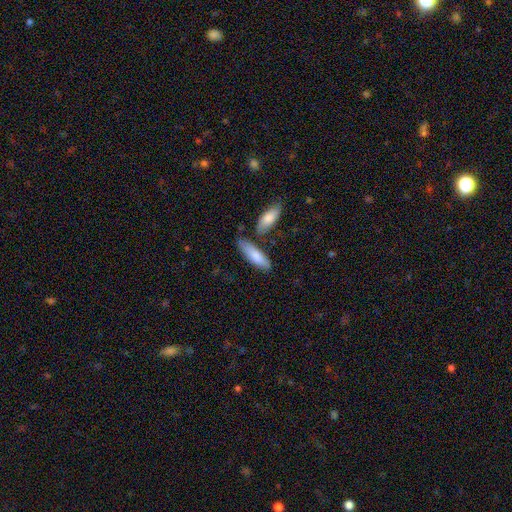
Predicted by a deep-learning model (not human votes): Q: Smooth or featured?
A: smooth (81%); runner-up: featured or disk (14%)
Q: How rounded?
A: in between (51%); runner-up: cigar-shaped (48%)
Q: Merging?
A: none (68%); runner-up: minor disturbance (17%)